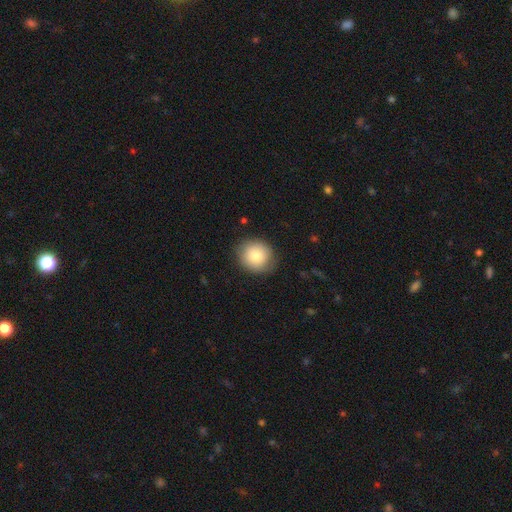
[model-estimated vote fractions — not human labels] A smooth galaxy with no disk features (81%) that is round (86%). Merging: none (82%).